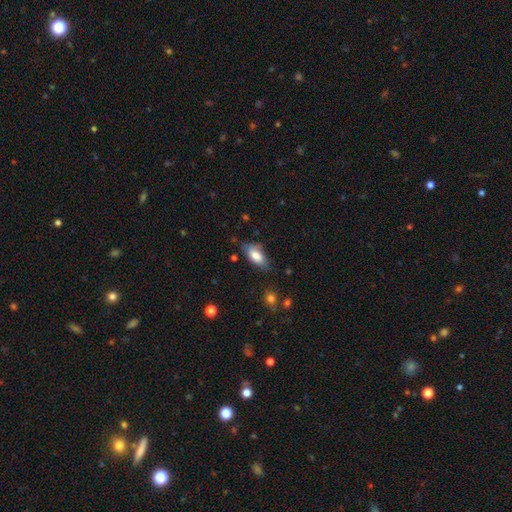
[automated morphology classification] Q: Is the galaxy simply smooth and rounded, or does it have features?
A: smooth — 79%.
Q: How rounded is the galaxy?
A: in between — 87%.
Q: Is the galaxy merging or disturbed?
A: none — 69%.